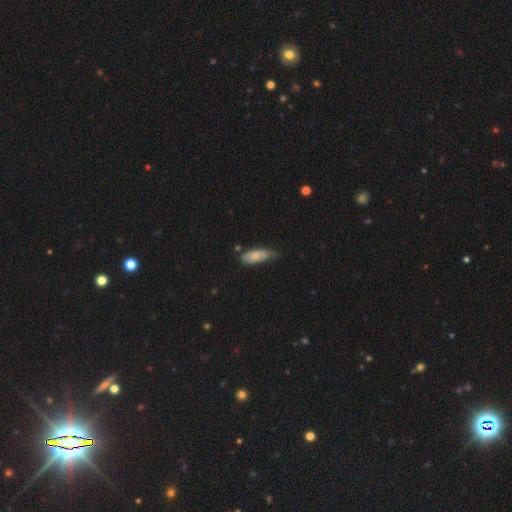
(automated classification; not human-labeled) smooth 73%, featured or disk 21%, star or artifact 6%. Down the decision tree: how rounded — in between (78%); merging — none (47%).